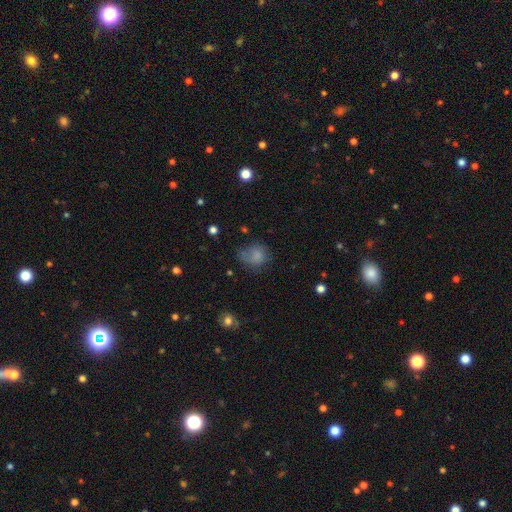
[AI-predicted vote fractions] Q: Smooth or featured?
A: smooth (74%); runner-up: featured or disk (14%)
Q: How rounded?
A: round (57%); runner-up: in between (42%)
Q: Merging?
A: none (46%); runner-up: minor disturbance (29%)